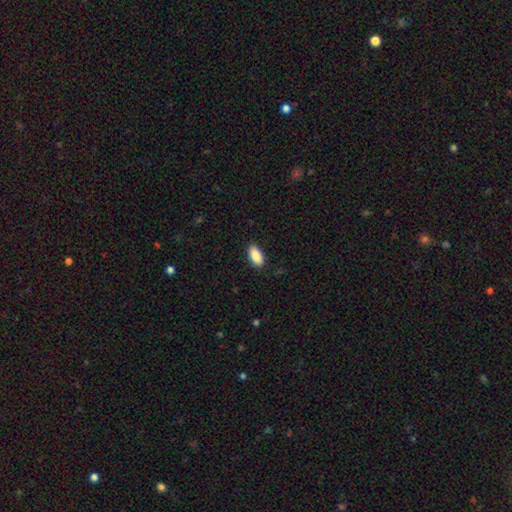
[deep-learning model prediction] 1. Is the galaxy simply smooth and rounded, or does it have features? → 88% smooth, 7% star or artifact, 6% featured or disk.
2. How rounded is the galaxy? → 92% in between, 5% cigar-shaped, 3% round.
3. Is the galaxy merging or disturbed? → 88% none, 9% minor disturbance, 2% major disturbance, 1% merger.